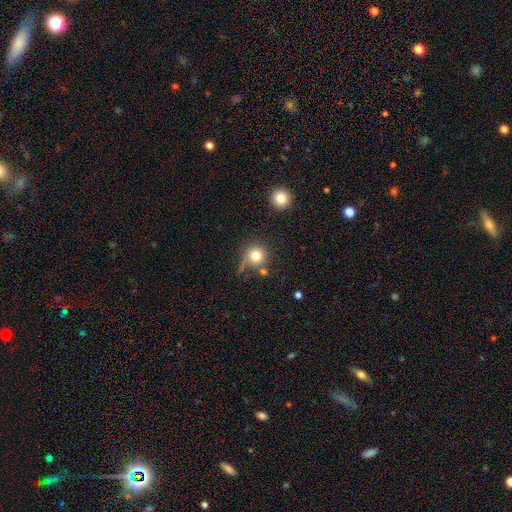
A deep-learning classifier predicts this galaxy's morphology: A smooth galaxy with no disk features (79%) that is round (93%). Merging: none (65%).